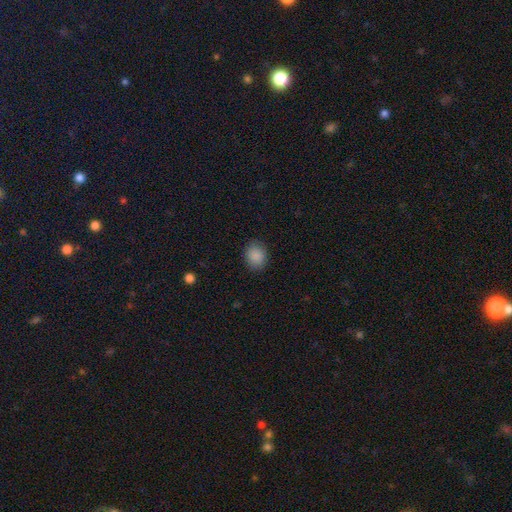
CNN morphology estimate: Smooth or featured? smooth (88%)
How rounded? round (56%)
Merging? none (87%)